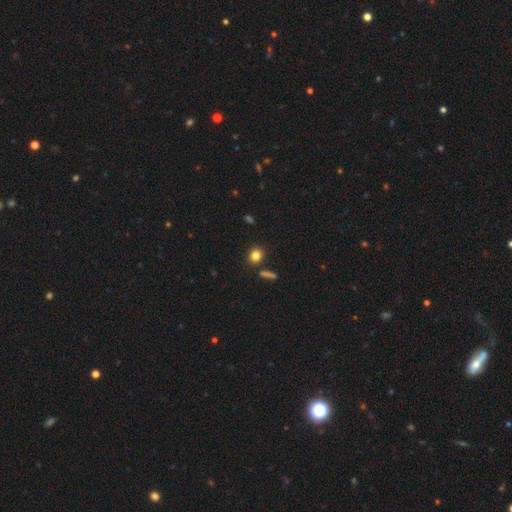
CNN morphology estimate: The model was most divided on "how rounded": round: 64%, in between: 34%, cigar-shaped: 2%. More confident: merging — none (84%); smooth or featured — smooth (83%).